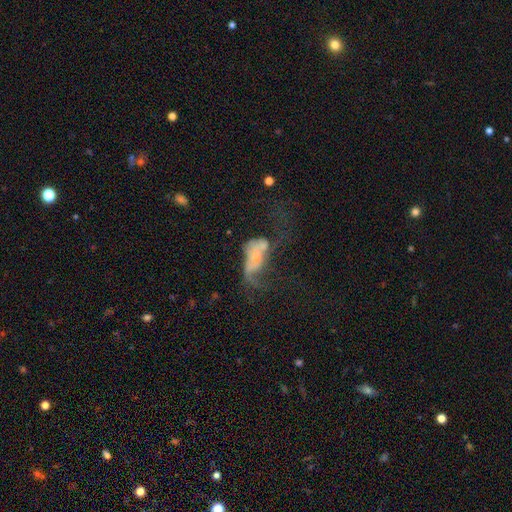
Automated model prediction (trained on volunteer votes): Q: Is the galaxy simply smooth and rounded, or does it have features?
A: featured or disk — 52%.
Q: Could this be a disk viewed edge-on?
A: no — 93%.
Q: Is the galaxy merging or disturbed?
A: major disturbance — 49%.